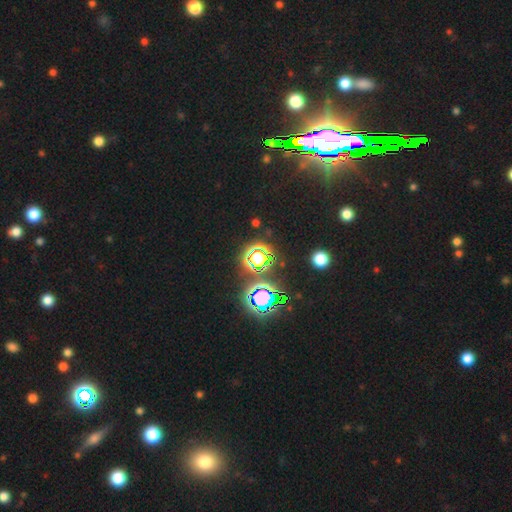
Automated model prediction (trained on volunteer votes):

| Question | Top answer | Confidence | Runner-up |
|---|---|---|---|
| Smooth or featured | star or artifact | 80% | smooth (13%) |